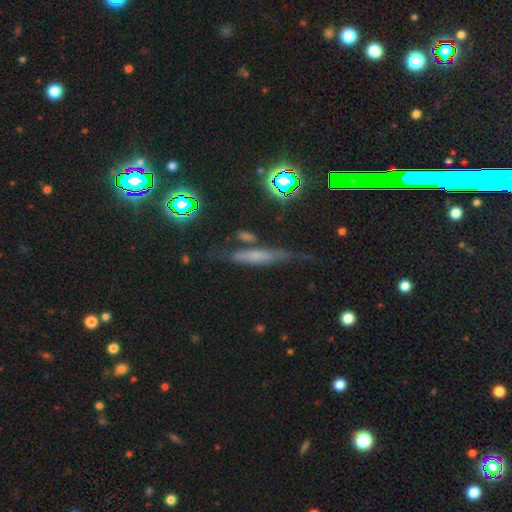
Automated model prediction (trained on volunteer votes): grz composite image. It shows a smooth galaxy with no disk features (45%). Merging: none (63%).